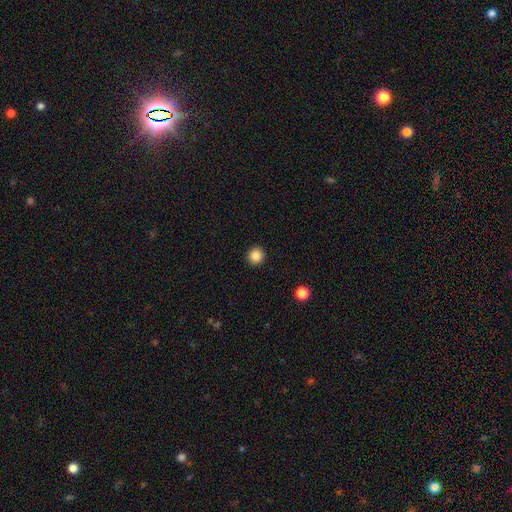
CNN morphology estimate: Smooth or featured? Predicted: smooth (p=0.85). How rounded? Predicted: round (p=0.94). Merging? Predicted: none (p=0.93).